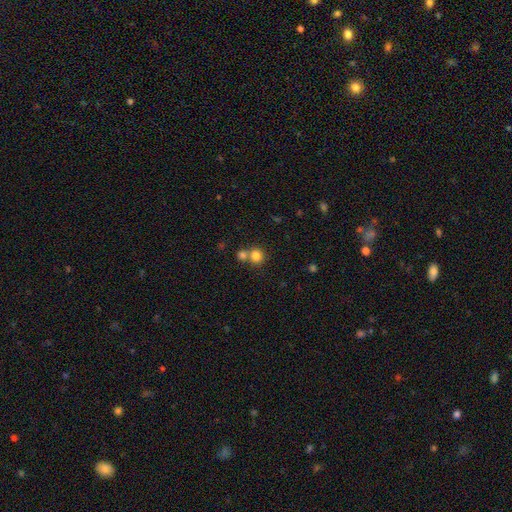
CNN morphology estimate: Smooth or featured: smooth — 81% (star or artifact — 12%)
How rounded: round — 87% (in between — 12%)
Merging: none — 55% (merger — 36%)